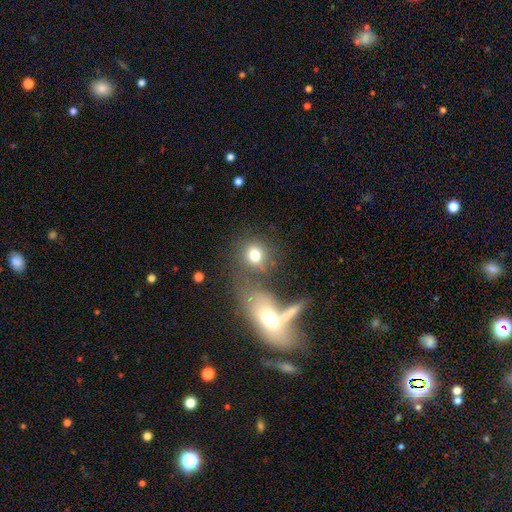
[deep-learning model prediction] Smooth or featured? smooth (59%)
How rounded? round (63%)
Merging? none (45%)